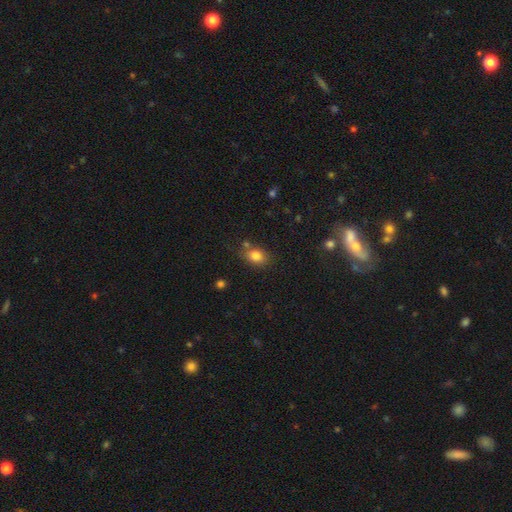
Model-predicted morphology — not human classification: type=smooth (82%); roundness=in between (66%); merging=none (70%).